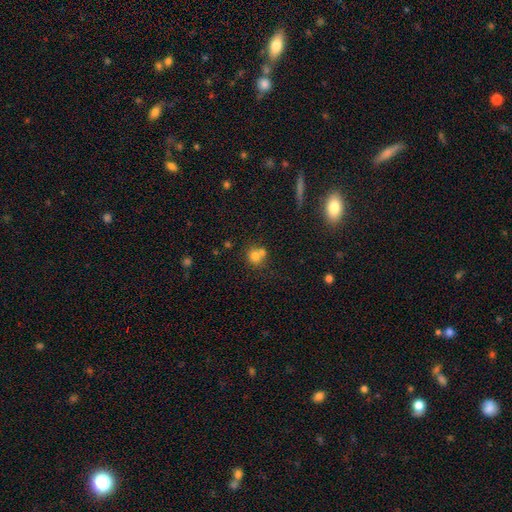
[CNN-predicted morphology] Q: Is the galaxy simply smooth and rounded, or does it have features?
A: smooth — 75%.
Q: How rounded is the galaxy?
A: round — 85%.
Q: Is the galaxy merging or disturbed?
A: none — 47%.